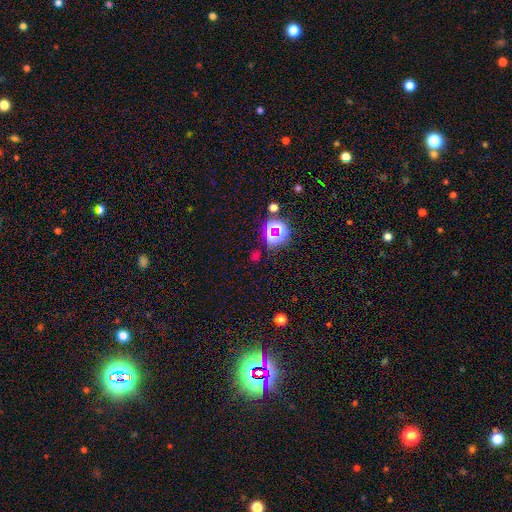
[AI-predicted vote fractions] Smooth or featured? Predicted: star or artifact (p=0.60).